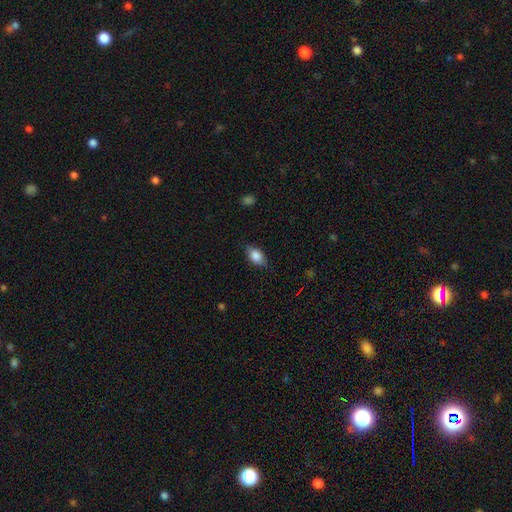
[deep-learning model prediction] A smooth galaxy with no disk features (81%) that is in between round and cigar-shaped (88%). Merging: none (79%).